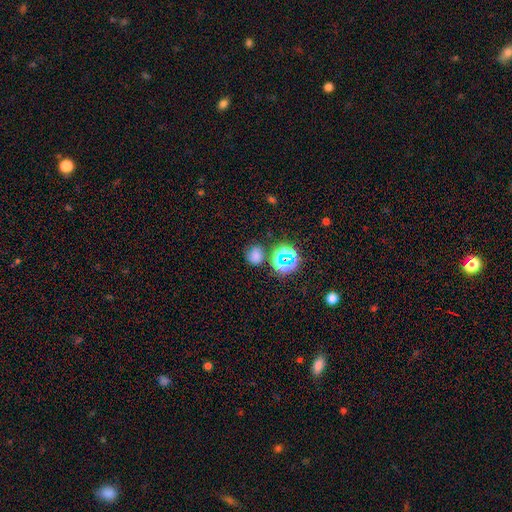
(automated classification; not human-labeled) Smooth or featured?
  - smooth: 66% *
  - star or artifact: 27%
  - featured or disk: 7%
How rounded?
  - round: 75% *
  - in between: 24%
  - cigar-shaped: 1%
Merging?
  - none: 72% *
  - minor disturbance: 13%
  - merger: 10%
  - major disturbance: 5%